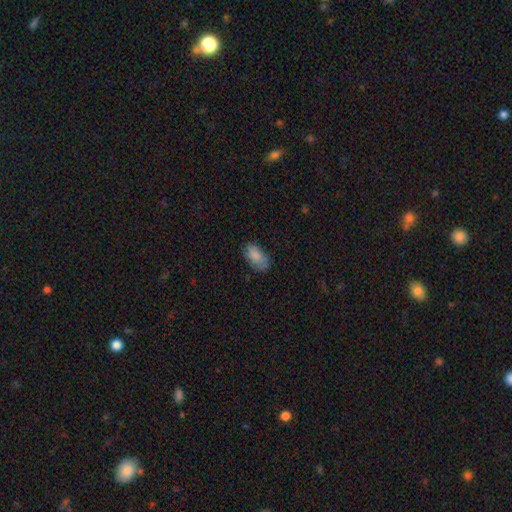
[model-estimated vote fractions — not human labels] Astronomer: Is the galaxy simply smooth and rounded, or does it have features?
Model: smooth — 85%.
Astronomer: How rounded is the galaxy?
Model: in between — 93%.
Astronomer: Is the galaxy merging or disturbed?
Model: none — 71%.